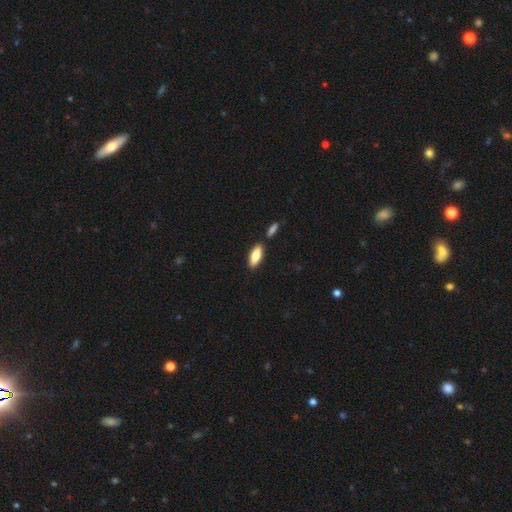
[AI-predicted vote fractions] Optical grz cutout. It shows a smooth galaxy with no disk features (81%) that is in between round and cigar-shaped (74%). Merging: none (81%).